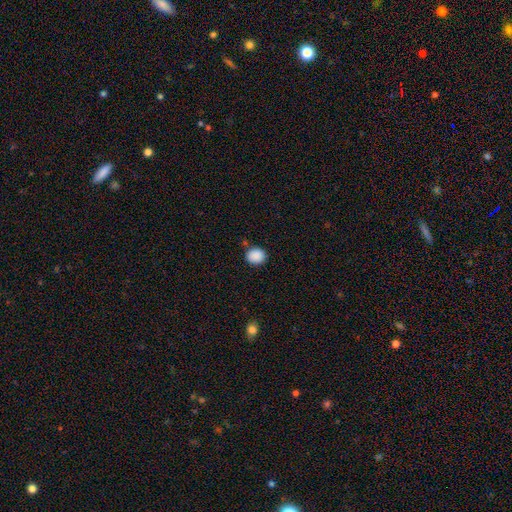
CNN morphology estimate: The model was most divided on "how rounded": round: 71%, in between: 28%, cigar-shaped: 1%. More confident: smooth or featured — smooth (89%); merging — none (83%).